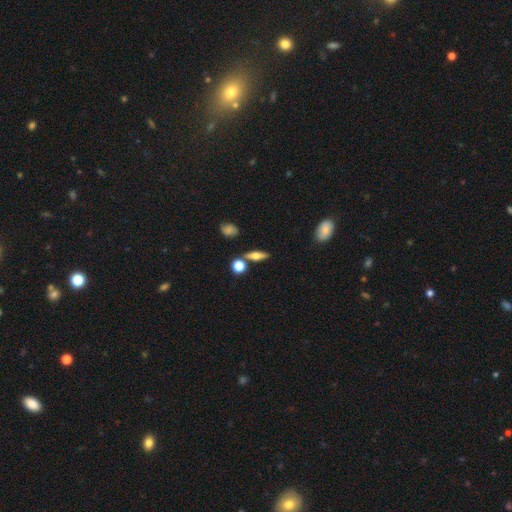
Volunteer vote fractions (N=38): Overall: featured or disk (58%; smooth 39%). Edge-on disk: yes (86%). Edge-on bulge: rounded (100%). Merging: none (86%).